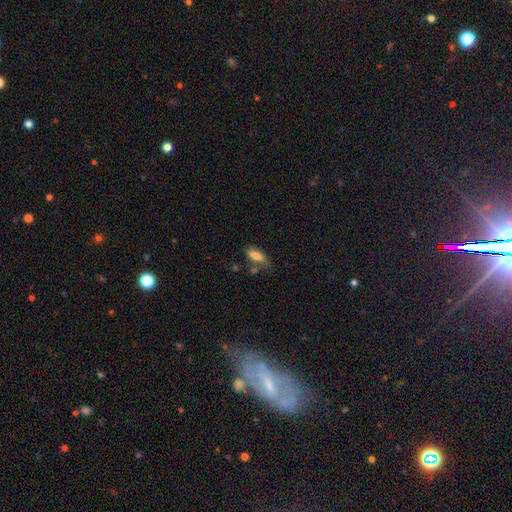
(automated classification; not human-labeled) A smooth galaxy with no disk features (76%) that is in between round and cigar-shaped (72%).

Vote fractions:
- Smooth or featured? smooth: 76% / featured or disk: 15% / star or artifact: 8%
- How rounded? in between: 72% / cigar-shaped: 25% / round: 3%
- Merging? none: 49% / minor disturbance: 29% / major disturbance: 12% / merger: 10%